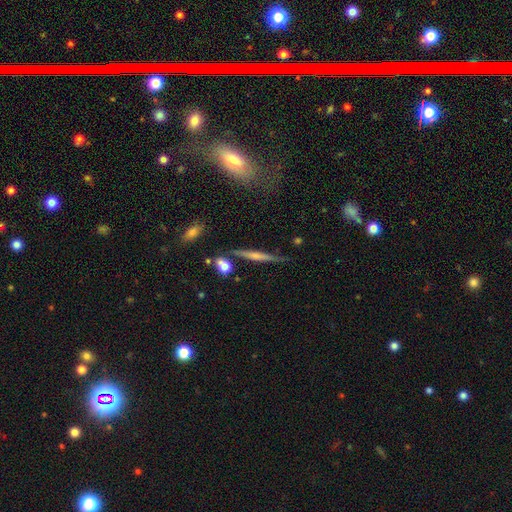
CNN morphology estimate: type=featured or disk (61%); edge-on=yes (95%); edge-on bulge=rounded (52%); merging=none (79%).